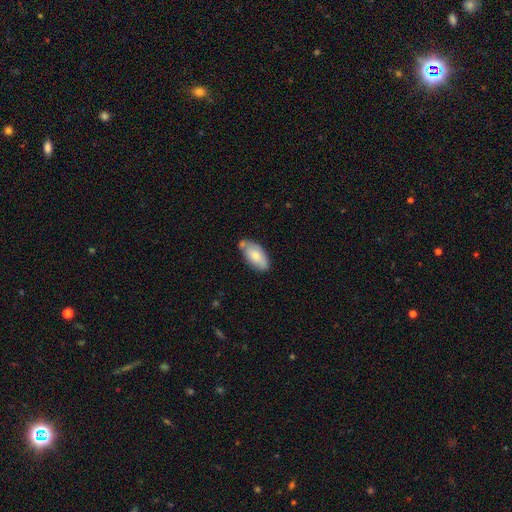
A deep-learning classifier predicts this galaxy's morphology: type=smooth (74%); roundness=in between (92%); merging=none (63%).